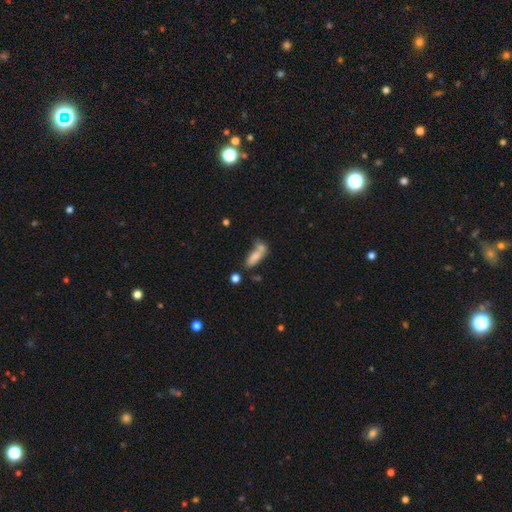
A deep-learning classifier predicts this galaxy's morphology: smooth-or-featured: smooth: 75% | featured or disk: 16% | star or artifact: 10%
  how-rounded: in between: 66% | cigar-shaped: 30% | round: 4%
  merging: merger: 44% | none: 32% | minor disturbance: 15% | major disturbance: 10%